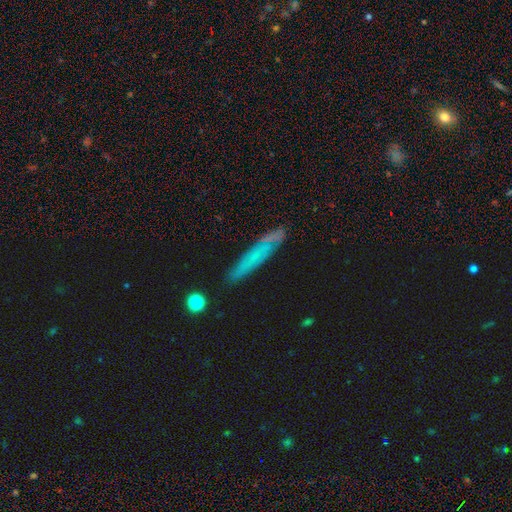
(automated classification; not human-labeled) Q: Smooth or featured?
A: smooth (51%); runner-up: featured or disk (39%)
Q: How rounded?
A: cigar-shaped (91%); runner-up: in between (7%)
Q: Merging?
A: none (76%); runner-up: minor disturbance (16%)